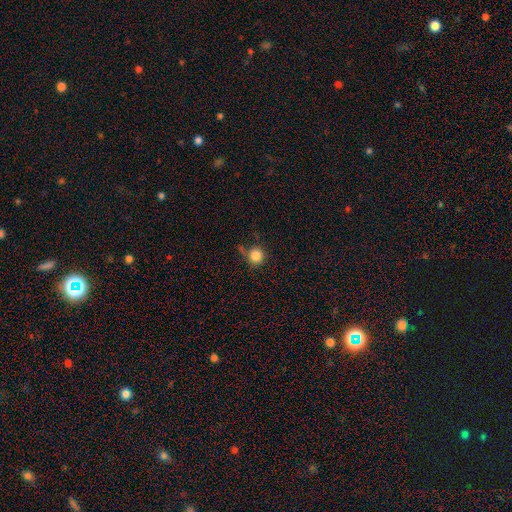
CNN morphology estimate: smooth 84%, star or artifact 11%, featured or disk 5%. Down the decision tree: how rounded — round (93%); merging — none (72%).